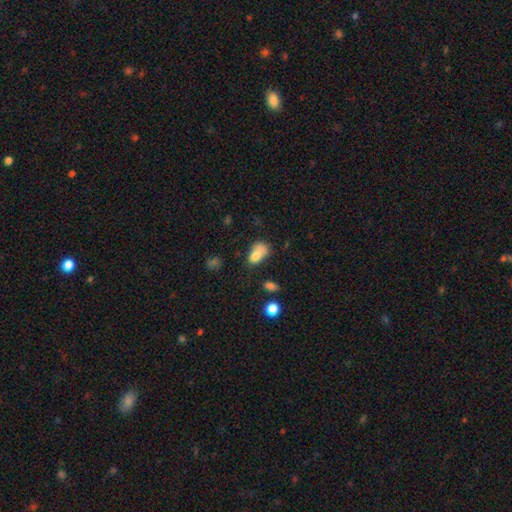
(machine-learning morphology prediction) smooth-or-featured: smooth: 78% | featured or disk: 12% | star or artifact: 10%
  how-rounded: in between: 86% | round: 11% | cigar-shaped: 3%
  merging: none: 35% | minor disturbance: 30% | merger: 18% | major disturbance: 17%